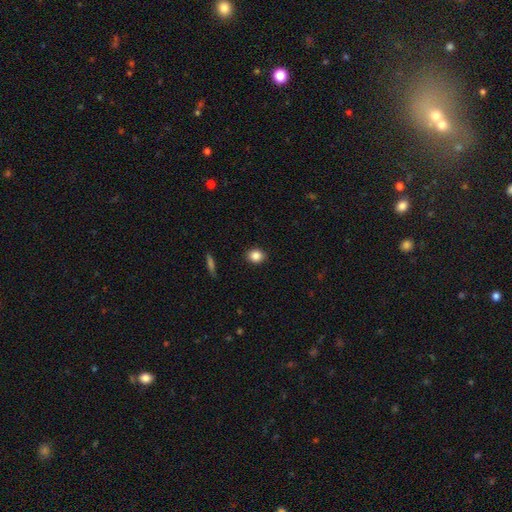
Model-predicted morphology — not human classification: Smooth or featured? smooth (86%)
How rounded? round (70%)
Merging? none (90%)